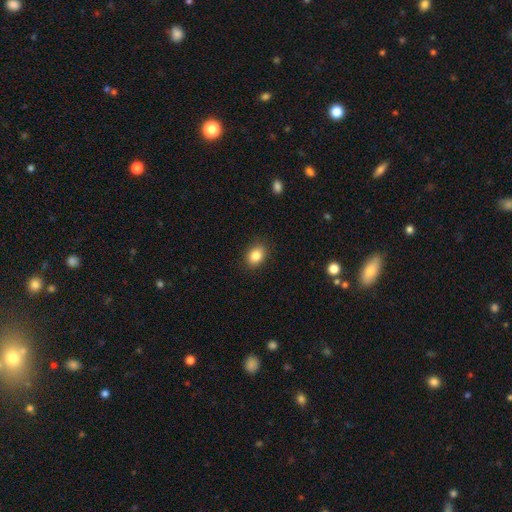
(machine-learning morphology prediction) Smooth or featured? Predicted: smooth (p=0.85). How rounded? Predicted: in between (p=0.66). Merging? Predicted: none (p=0.88).